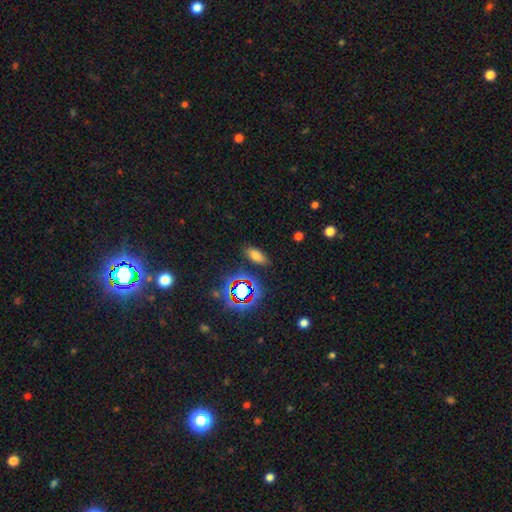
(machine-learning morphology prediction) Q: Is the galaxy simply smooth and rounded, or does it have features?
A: smooth — 69%.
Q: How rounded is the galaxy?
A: in between — 84%.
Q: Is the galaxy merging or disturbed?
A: none — 84%.